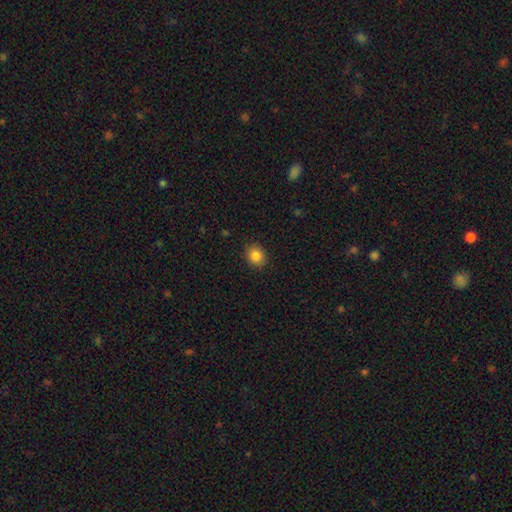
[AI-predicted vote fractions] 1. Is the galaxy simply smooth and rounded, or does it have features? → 86% smooth, 10% star or artifact, 4% featured or disk.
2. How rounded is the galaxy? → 69% round, 30% in between, 1% cigar-shaped.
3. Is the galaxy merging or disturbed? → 88% none, 8% minor disturbance, 2% major disturbance, 1% merger.